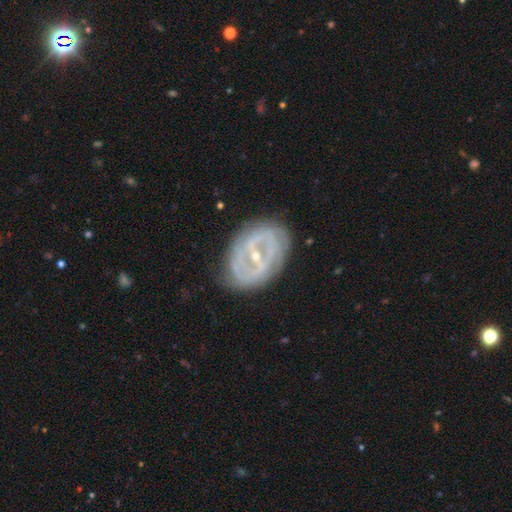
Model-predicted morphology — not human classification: Smooth or featured? Predicted: featured or disk (p=0.82). Edge-on disk? Predicted: no (p=0.95). Bar? Predicted: strong (p=0.49). Spiral arms? Predicted: yes (p=0.65). Spiral winding? Predicted: tight (p=0.53). Spiral arm count? Predicted: 2 (p=0.53). Bulge size? Predicted: small (p=0.66). Merging? Predicted: none (p=0.76).